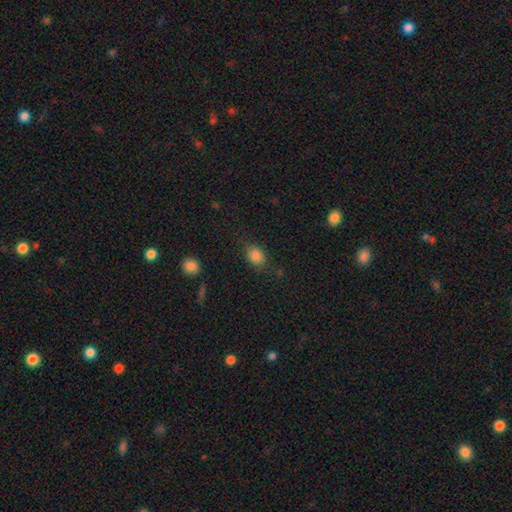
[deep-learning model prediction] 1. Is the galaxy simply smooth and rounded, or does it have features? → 85% smooth, 10% star or artifact, 5% featured or disk.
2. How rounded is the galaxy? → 62% in between, 37% round, 1% cigar-shaped.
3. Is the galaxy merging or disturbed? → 76% none, 17% minor disturbance, 5% major disturbance, 2% merger.